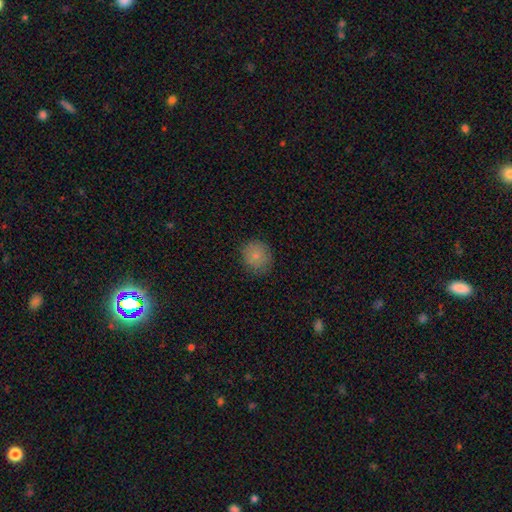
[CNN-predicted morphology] Smooth or featured? smooth (82%)
How rounded? round (82%)
Merging? none (81%)